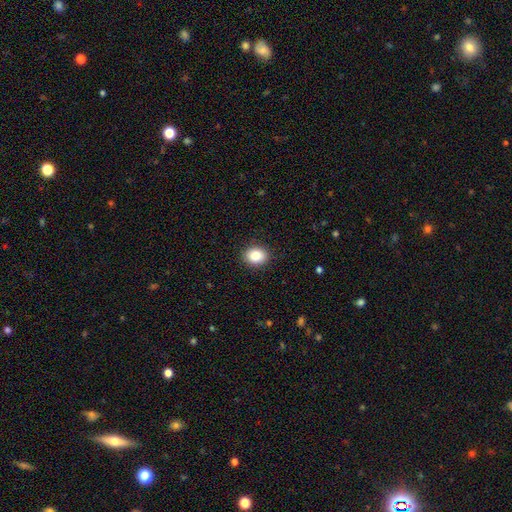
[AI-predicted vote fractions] Smooth or featured: smooth — 88% (star or artifact — 8%)
How rounded: in between — 54% (round — 45%)
Merging: none — 89% (minor disturbance — 7%)